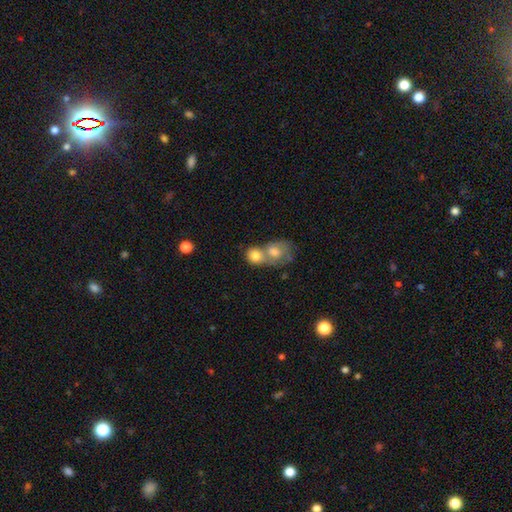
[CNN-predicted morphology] Smooth or featured: smooth — 77% (featured or disk — 15%)
How rounded: round — 69% (in between — 30%)
Merging: merger — 66% (none — 24%)